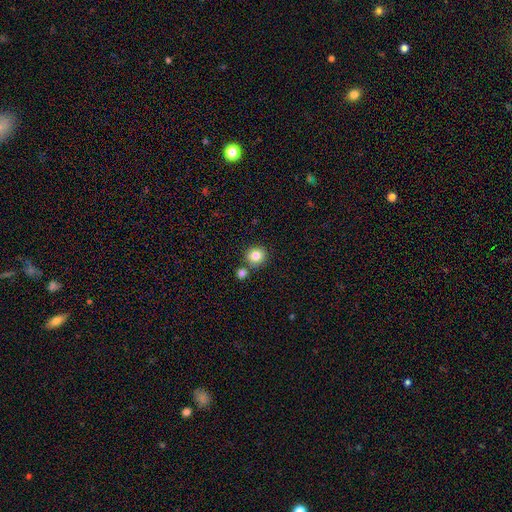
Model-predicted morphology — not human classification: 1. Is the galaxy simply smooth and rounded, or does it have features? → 83% smooth, 10% star or artifact, 7% featured or disk.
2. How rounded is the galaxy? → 87% round, 12% in between, 1% cigar-shaped.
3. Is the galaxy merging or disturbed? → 74% none, 15% merger, 9% minor disturbance, 2% major disturbance.